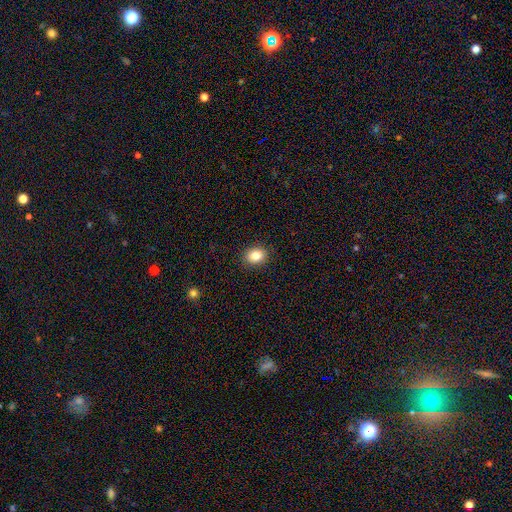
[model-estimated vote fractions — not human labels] This appears to be a smooth galaxy with no disk features (84%) that is in between round and cigar-shaped (50%). Merging: none (90%).